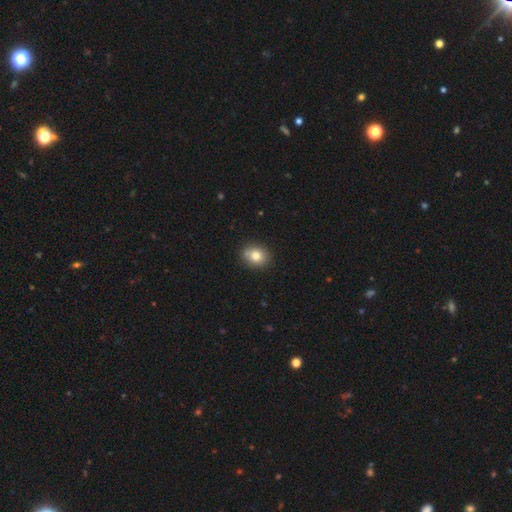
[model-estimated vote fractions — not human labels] smooth 79%, star or artifact 10%, featured or disk 10%. Down the decision tree: how rounded — round (62%); merging — none (77%).